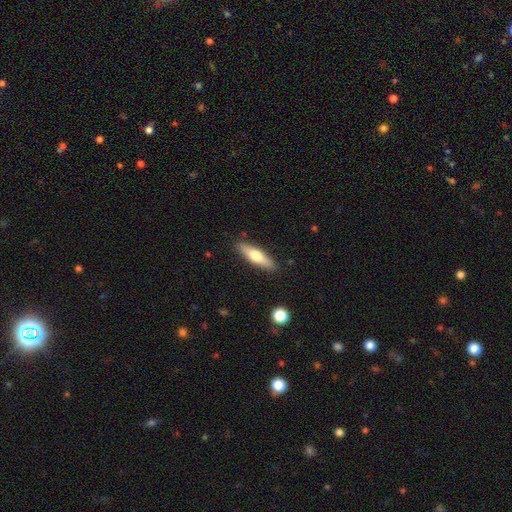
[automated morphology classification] Smooth or featured?
  - smooth: 56% *
  - featured or disk: 38%
  - star or artifact: 6%
How rounded?
  - cigar-shaped: 68% *
  - in between: 30%
  - round: 2%
Merging?
  - none: 87% *
  - minor disturbance: 9%
  - major disturbance: 2%
  - merger: 1%